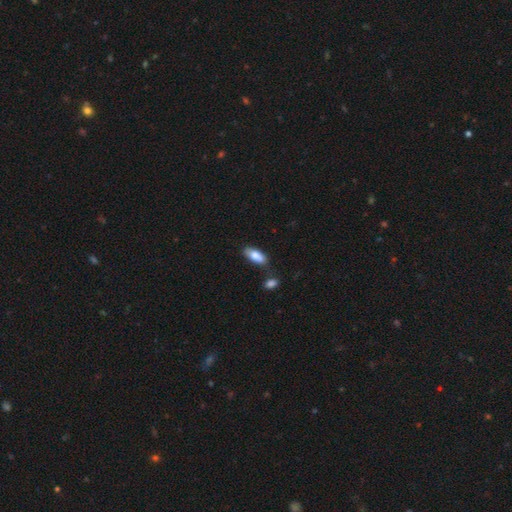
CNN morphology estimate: type=smooth (80%); roundness=in between (82%); merging=none (66%).